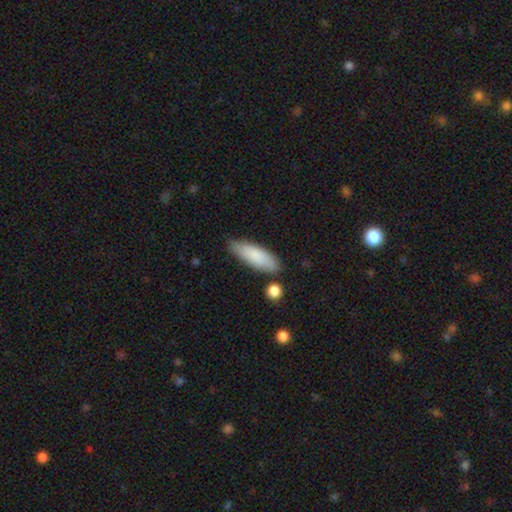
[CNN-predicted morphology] smooth-or-featured: smooth: 84% | featured or disk: 11% | star or artifact: 6%
  how-rounded: in between: 53% | cigar-shaped: 45% | round: 2%
  merging: none: 79% | minor disturbance: 15% | merger: 4% | major disturbance: 3%